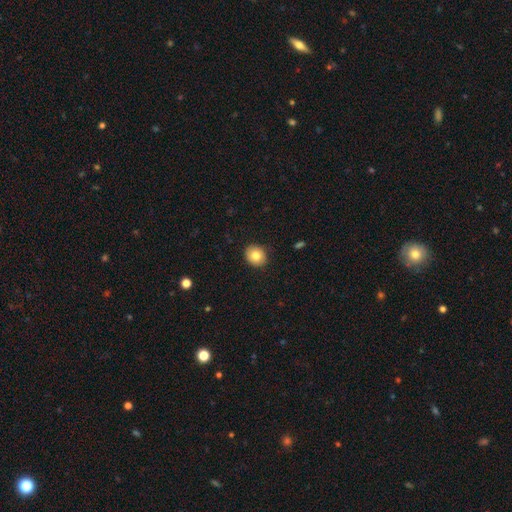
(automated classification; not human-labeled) smooth_or_featured: smooth (p=0.82) [alt: featured or disk p=0.09]
how_rounded: round (p=0.74) [alt: in between p=0.26]
merging: none (p=0.89) [alt: minor disturbance p=0.08]